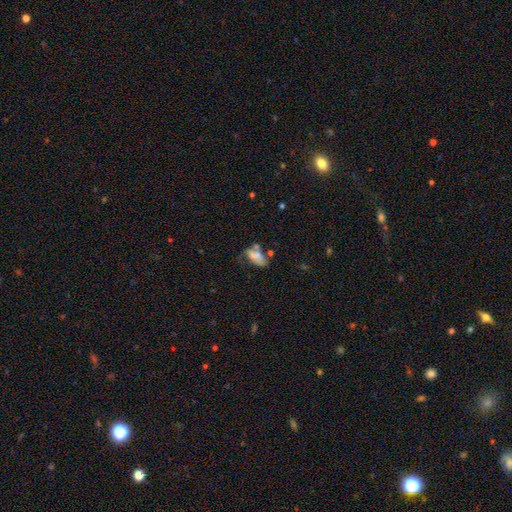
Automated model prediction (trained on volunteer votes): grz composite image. It shows a smooth galaxy with no disk features (61%) that is in between round and cigar-shaped (89%). Merging: major disturbance (27%).